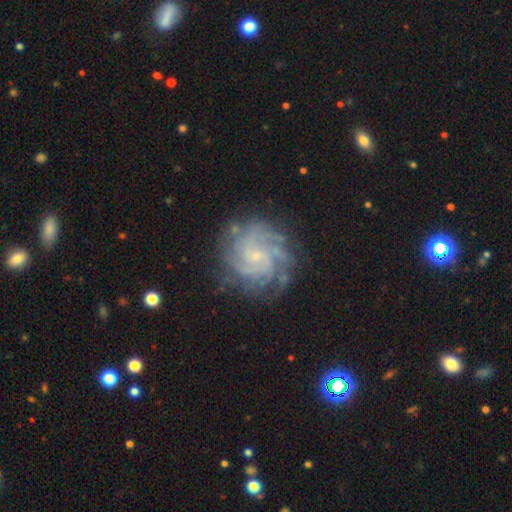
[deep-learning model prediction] smooth_or_featured: featured or disk (p=0.85) [alt: smooth p=0.08]
disk_edge_on: no (p=0.98) [alt: yes p=0.02]
bar: no (p=0.65) [alt: weak p=0.29]
has_spiral_arms: yes (p=0.97) [alt: no p=0.03]
spiral_winding: tight (p=0.66) [alt: medium p=0.28]
spiral_arm_count: 4 (p=0.26) [tied with: can't tell p=0.26]
bulge_size: small (p=0.77) [alt: moderate p=0.12]
merging: none (p=0.77) [alt: minor disturbance p=0.15]